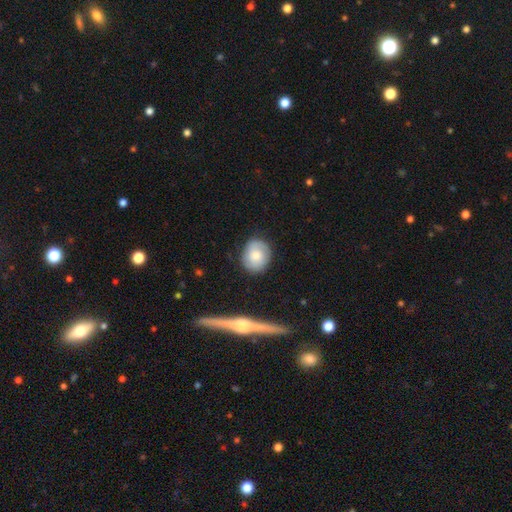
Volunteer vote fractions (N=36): A smooth galaxy with no disk features (56%) that is round (80%).

Vote fractions:
- Smooth or featured? smooth: 56% / featured or disk: 39% / star or artifact: 6%
- How rounded? round: 80% / in between: 20% / cigar-shaped: 0%
- Merging? none: 91% / minor disturbance: 6% / major disturbance: 3% / merger: 0%